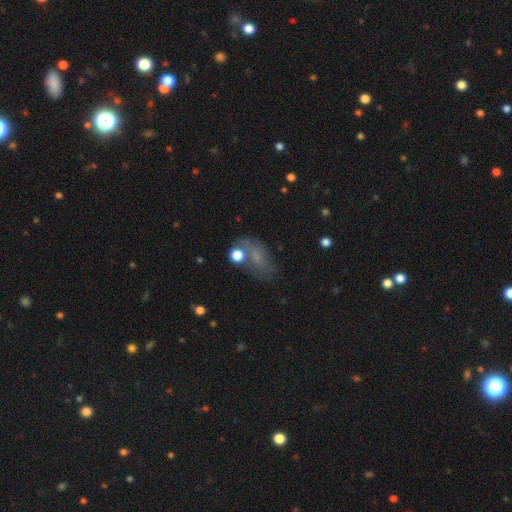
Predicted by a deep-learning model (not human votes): smooth_or_featured: smooth (p=0.51) [alt: featured or disk p=0.28]
how_rounded: in between (p=0.81) [alt: round p=0.15]
merging: none (p=0.49) [alt: minor disturbance p=0.23]